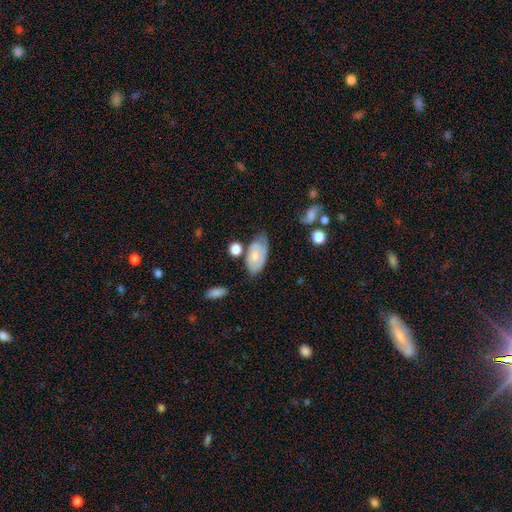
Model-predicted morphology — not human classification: type=smooth (53%); roundness=in between (92%); merging=none (51%).